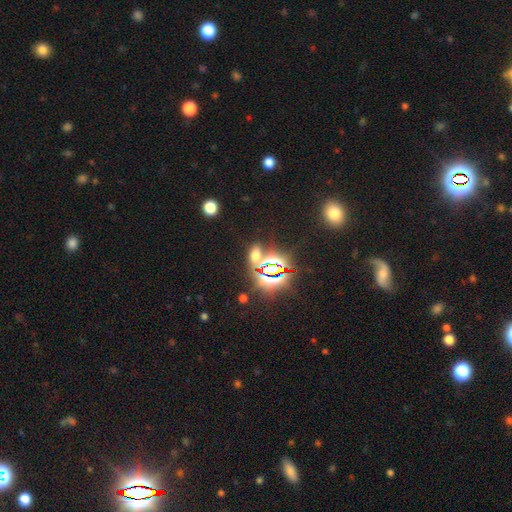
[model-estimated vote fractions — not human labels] Smooth or featured?
  - star or artifact: 55% *
  - smooth: 35%
  - featured or disk: 10%